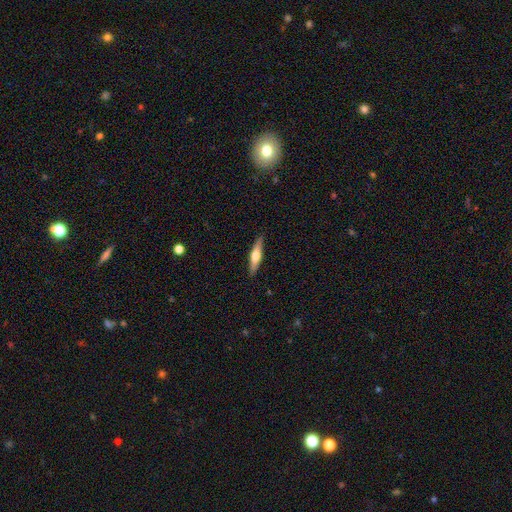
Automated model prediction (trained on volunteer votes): Overall: featured or disk (52%; smooth 43%). Edge-on disk: yes (95%). Merging: none (89%).